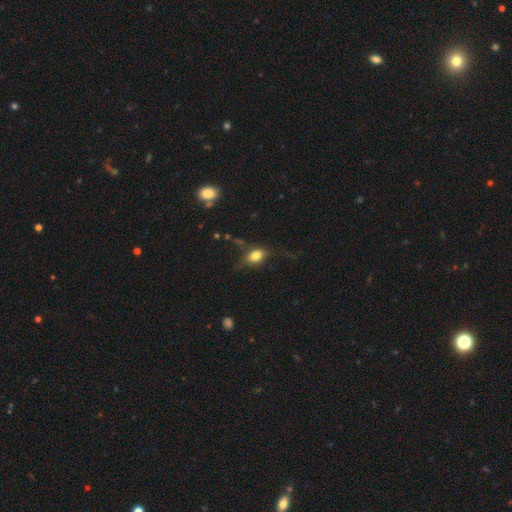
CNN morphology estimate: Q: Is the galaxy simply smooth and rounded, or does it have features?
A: smooth — 74%.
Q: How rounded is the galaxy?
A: in between — 71%.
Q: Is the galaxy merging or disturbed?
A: none — 53%.